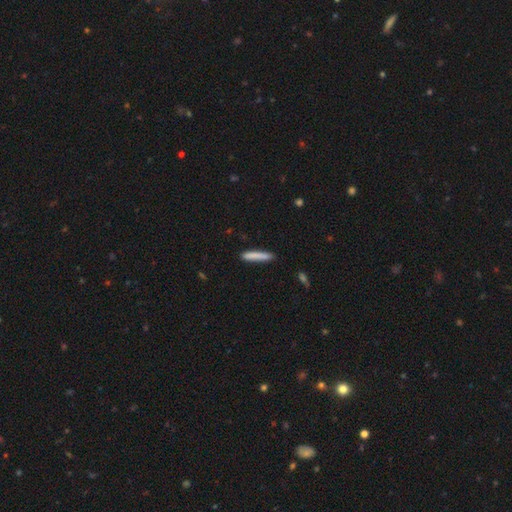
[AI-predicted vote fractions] The model was most divided on "smooth or featured": smooth: 82%, featured or disk: 12%, star or artifact: 6%. More confident: how rounded — cigar-shaped (94%); merging — none (86%).